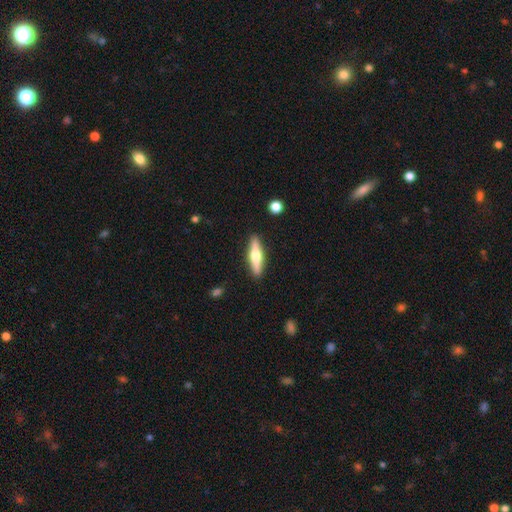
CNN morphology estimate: Smooth or featured?
  - featured or disk: 57% *
  - smooth: 37%
  - star or artifact: 5%
Edge-on disk?
  - yes: 96% *
  - no: 4%
Edge-on bulge?
  - rounded: 94% *
  - boxy: 3%
  - none: 3%
Merging?
  - none: 90% *
  - minor disturbance: 7%
  - major disturbance: 2%
  - merger: 1%